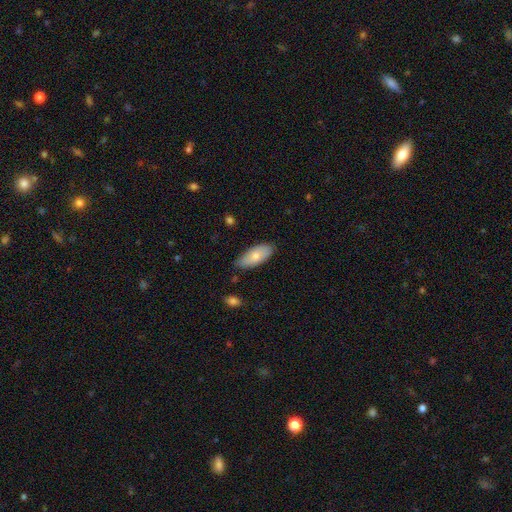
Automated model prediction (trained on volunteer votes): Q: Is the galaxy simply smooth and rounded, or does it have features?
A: smooth — 73%.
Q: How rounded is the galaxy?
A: in between — 87%.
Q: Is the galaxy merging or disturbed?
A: none — 74%.